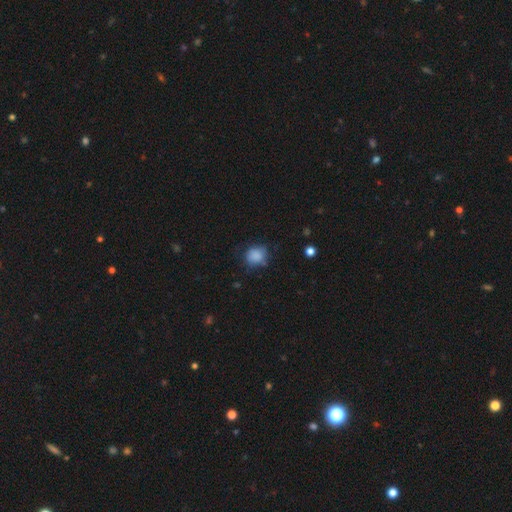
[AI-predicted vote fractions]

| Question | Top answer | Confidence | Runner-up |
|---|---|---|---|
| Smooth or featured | smooth | 84% | star or artifact (9%) |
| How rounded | round | 68% | in between (31%) |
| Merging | none | 66% | minor disturbance (23%) |